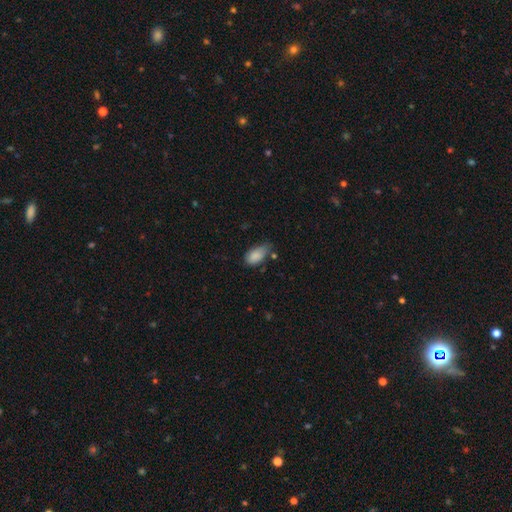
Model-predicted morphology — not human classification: Smooth or featured? smooth (85%)
How rounded? in between (92%)
Merging? none (45%)